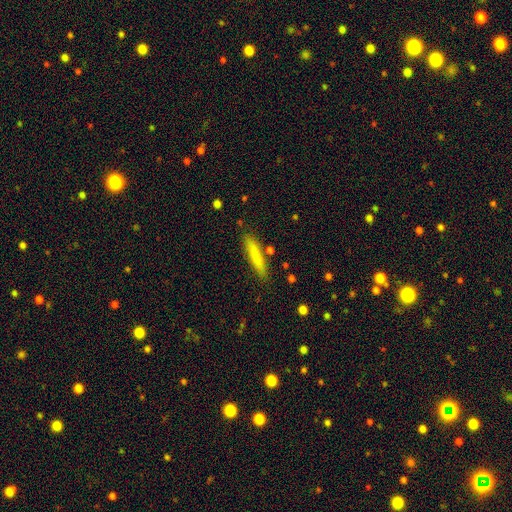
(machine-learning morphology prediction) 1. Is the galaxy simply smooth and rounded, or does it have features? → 78% smooth, 15% featured or disk, 7% star or artifact.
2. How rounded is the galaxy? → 90% cigar-shaped, 9% in between, 1% round.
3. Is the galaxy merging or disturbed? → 84% none, 10% minor disturbance, 3% merger, 2% major disturbance.